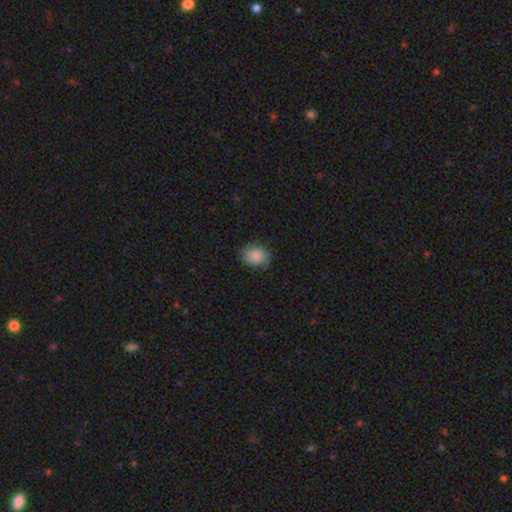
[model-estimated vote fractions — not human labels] smooth-or-featured: smooth: 85% | star or artifact: 8% | featured or disk: 7%
  how-rounded: in between: 50% | round: 49% | cigar-shaped: 1%
  merging: none: 74% | minor disturbance: 20% | major disturbance: 5% | merger: 1%